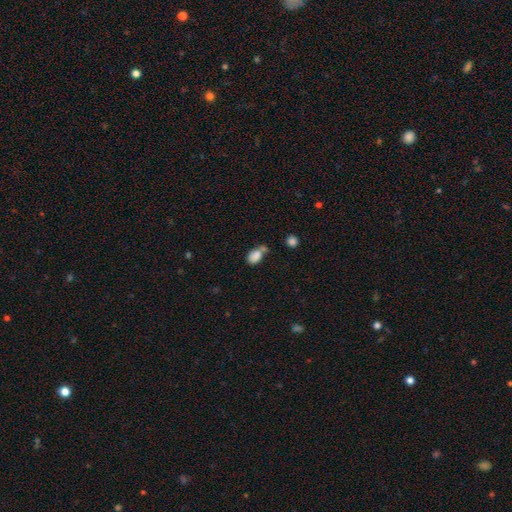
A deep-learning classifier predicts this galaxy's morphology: Smooth or featured?
  - smooth: 84% *
  - star or artifact: 9%
  - featured or disk: 6%
How rounded?
  - in between: 84% *
  - round: 15%
  - cigar-shaped: 2%
Merging?
  - none: 41% *
  - merger: 35%
  - minor disturbance: 17%
  - major disturbance: 7%